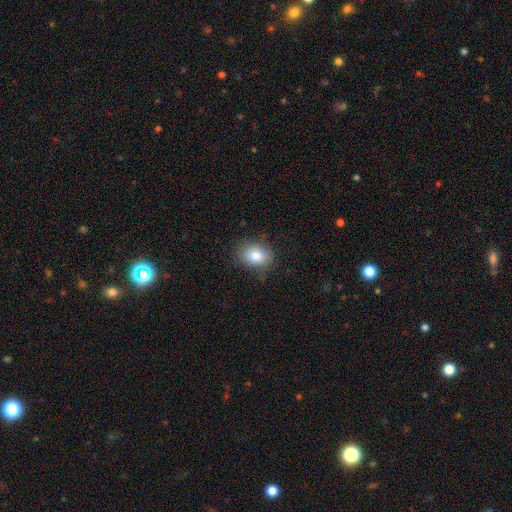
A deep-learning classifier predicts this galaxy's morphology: type=smooth (81%); roundness=in between (67%); merging=none (80%).